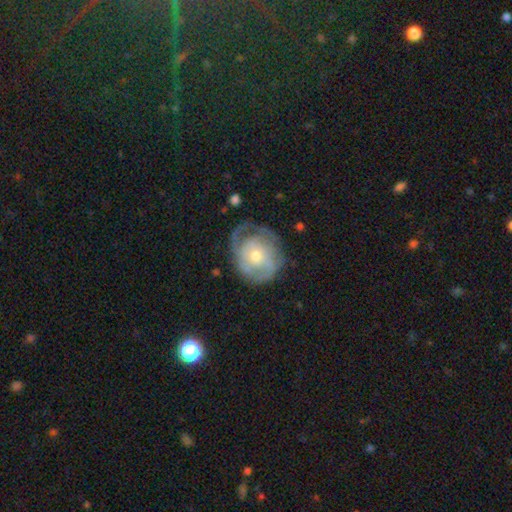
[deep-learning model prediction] featured or disk 67%, smooth 26%, star or artifact 6%. Down the decision tree: edge-on disk — no (97%); bar — no (79%); spiral arms — yes (76%); bulge size — moderate (50%); merging — none (54%).